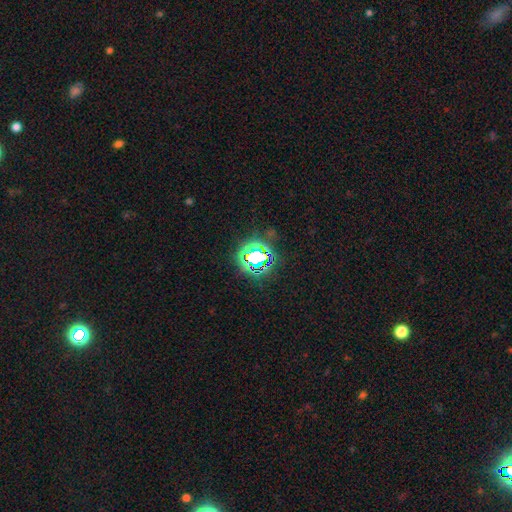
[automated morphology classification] Smooth or featured? star or artifact (68%)